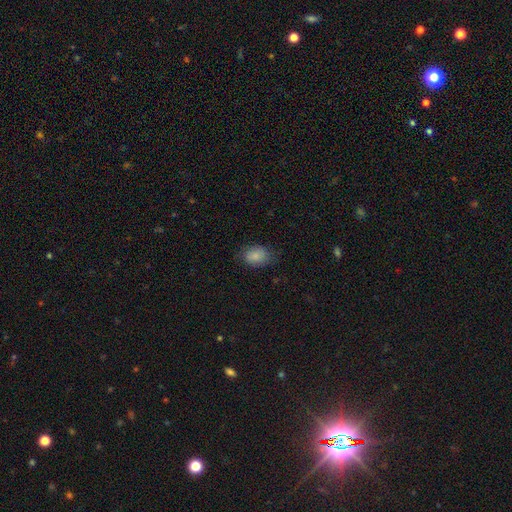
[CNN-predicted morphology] The model was most divided on "how rounded": in between: 73%, round: 26%, cigar-shaped: 1%. More confident: smooth or featured — smooth (86%); merging — none (75%).